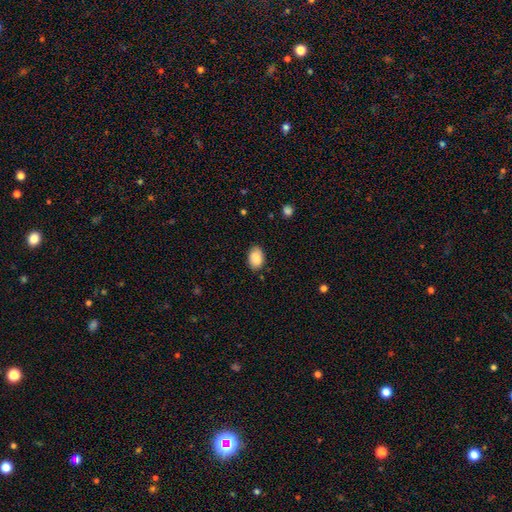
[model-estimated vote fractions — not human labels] Smooth or featured: smooth — 87% (star or artifact — 7%)
How rounded: in between — 86% (round — 13%)
Merging: none — 84% (minor disturbance — 12%)